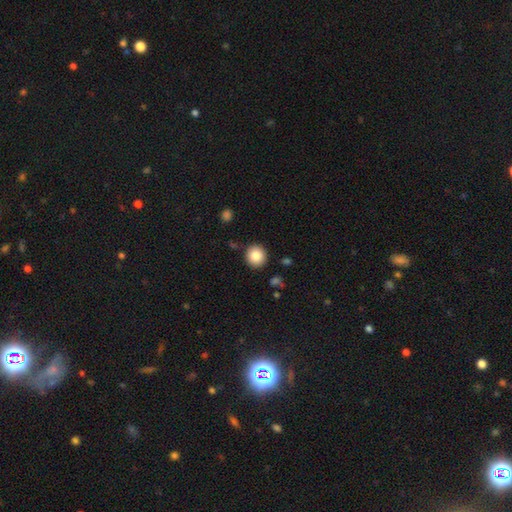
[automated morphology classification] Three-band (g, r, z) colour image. It shows a smooth galaxy with no disk features (86%) that is round (90%). Merging: none (90%).